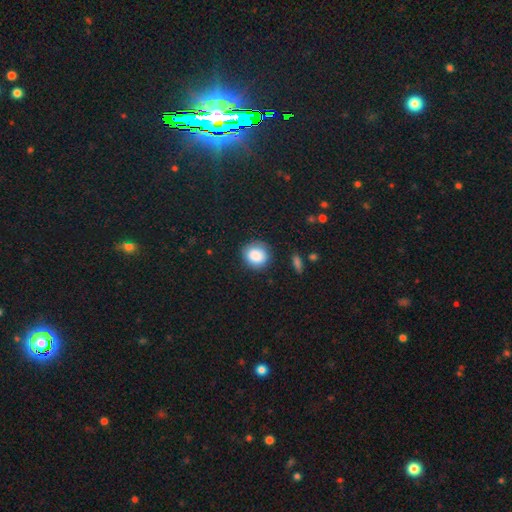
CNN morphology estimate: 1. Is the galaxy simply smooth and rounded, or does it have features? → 86% smooth, 9% star or artifact, 5% featured or disk.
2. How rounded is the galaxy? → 79% round, 20% in between, 1% cigar-shaped.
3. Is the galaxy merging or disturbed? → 83% none, 12% minor disturbance, 3% major disturbance, 2% merger.